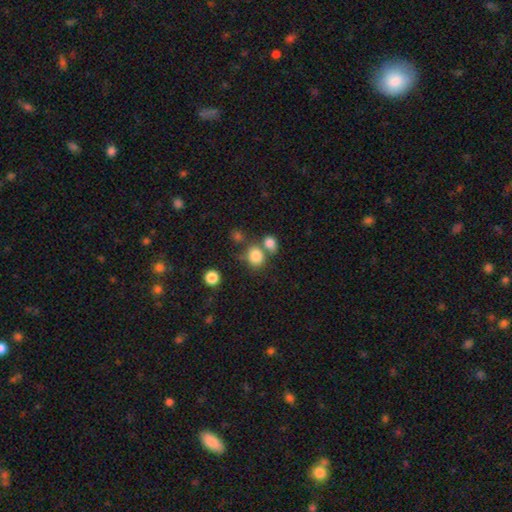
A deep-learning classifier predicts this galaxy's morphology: Smooth or featured? Predicted: smooth (p=0.82). How rounded? Predicted: round (p=0.69). Merging? Predicted: none (p=0.54).